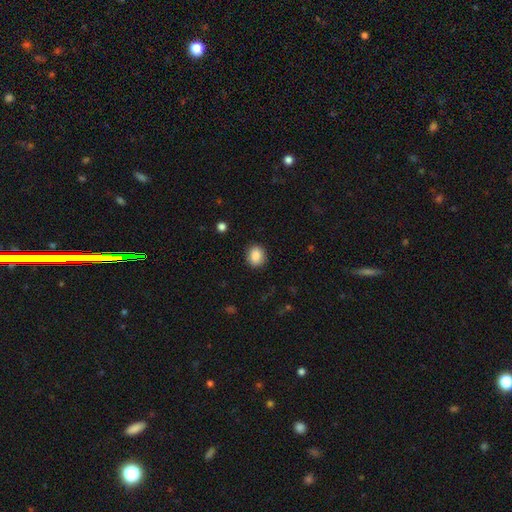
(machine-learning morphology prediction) Smooth or featured? smooth (87%)
How rounded? round (67%)
Merging? none (89%)